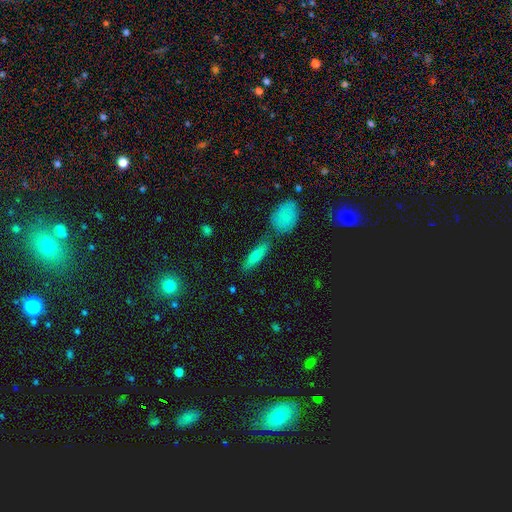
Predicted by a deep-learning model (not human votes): smooth_or_featured: smooth (p=0.68) [alt: featured or disk p=0.22]
how_rounded: cigar-shaped (p=0.69) [alt: in between p=0.28]
merging: none (p=0.70) [alt: merger p=0.14]